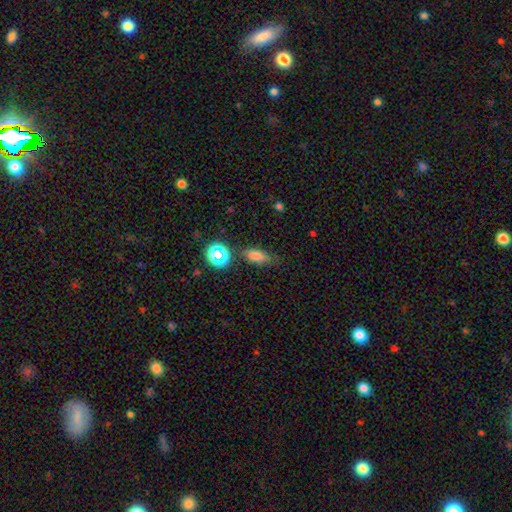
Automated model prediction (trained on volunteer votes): Smooth or featured? smooth (73%)
How rounded? in between (70%)
Merging? none (70%)